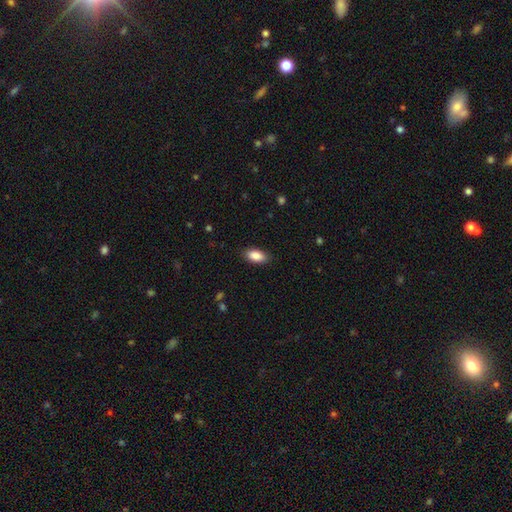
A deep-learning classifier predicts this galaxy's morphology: Smooth or featured: smooth — 89% (star or artifact — 7%)
How rounded: in between — 92% (cigar-shaped — 6%)
Merging: none — 87% (minor disturbance — 10%)